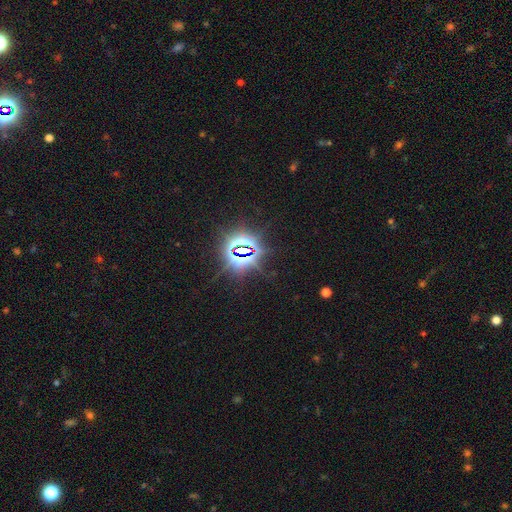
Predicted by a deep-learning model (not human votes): Overall: star or artifact (84%).